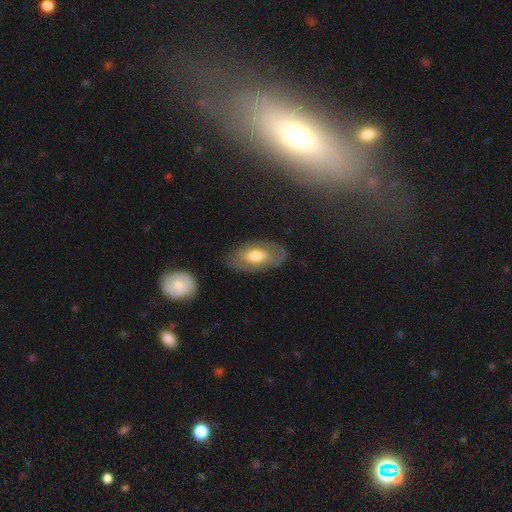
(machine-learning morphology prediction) Smooth or featured: featured or disk — 52% (smooth — 43%)
Edge-on disk: no — 87% (yes — 13%)
Merging: none — 78% (minor disturbance — 15%)